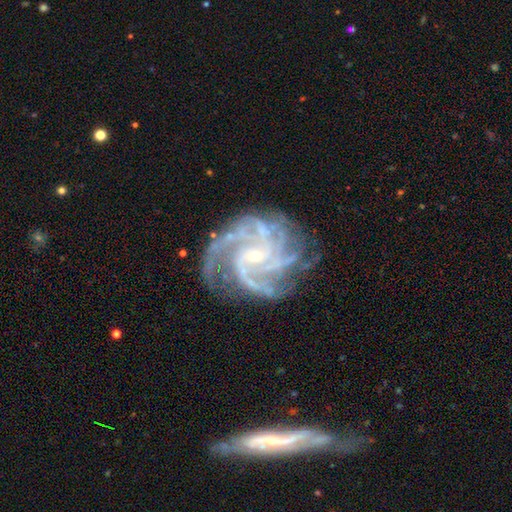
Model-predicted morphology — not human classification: Smooth or featured: featured or disk — 91% (star or artifact — 6%)
Edge-on disk: no — 98% (yes — 2%)
Bar: no — 58% (weak — 31%)
Spiral arms: yes — 98% (no — 2%)
Spiral winding: tight — 54% (medium — 40%)
Spiral arm count: 4 — 33% (3 — 18%)
Bulge size: small — 81% (moderate — 16%)
Merging: none — 73% (minor disturbance — 17%)